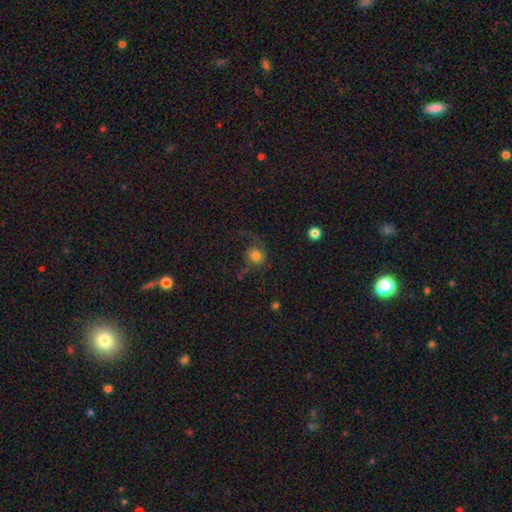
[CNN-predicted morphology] Smooth or featured?
  - smooth: 67% *
  - featured or disk: 21%
  - star or artifact: 12%
How rounded?
  - round: 79% *
  - in between: 20%
  - cigar-shaped: 1%
Merging?
  - none: 46% *
  - major disturbance: 31%
  - minor disturbance: 19%
  - merger: 4%